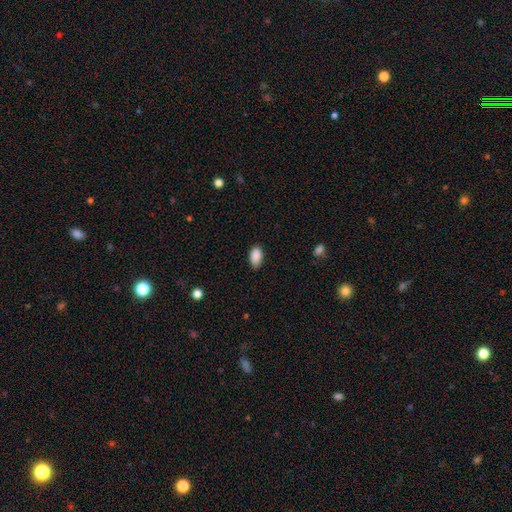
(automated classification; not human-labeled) A smooth galaxy with no disk features (89%) that is in between round and cigar-shaped (92%). Merging: none (77%).